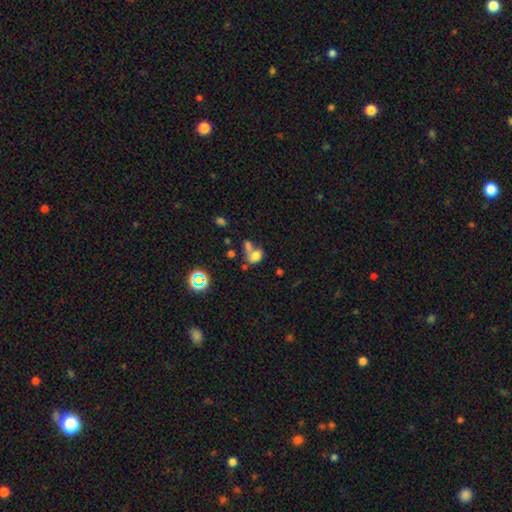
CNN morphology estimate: Smooth or featured? Predicted: smooth (p=0.69). How rounded? Predicted: in between (p=0.73). Merging? Predicted: merger (p=0.50).